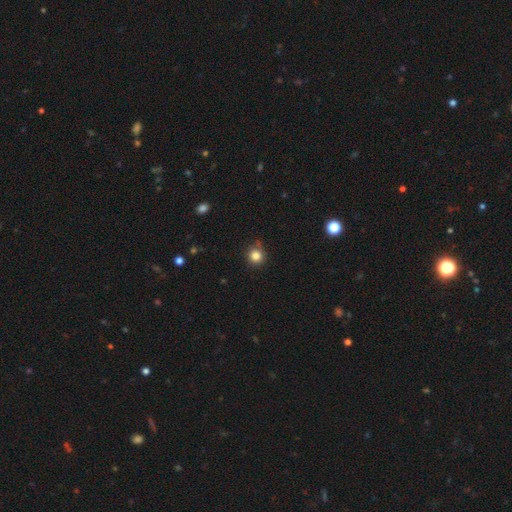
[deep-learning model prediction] Smooth or featured?
  - smooth: 83% *
  - star or artifact: 12%
  - featured or disk: 5%
How rounded?
  - round: 91% *
  - in between: 8%
  - cigar-shaped: 1%
Merging?
  - none: 78% *
  - minor disturbance: 16%
  - major disturbance: 3%
  - merger: 2%